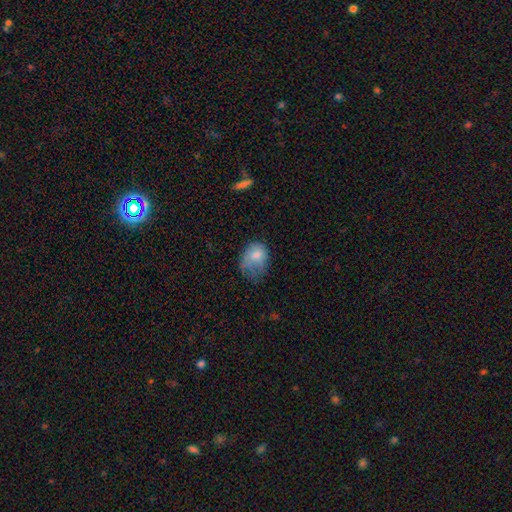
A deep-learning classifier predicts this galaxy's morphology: Smooth or featured? smooth (74%)
How rounded? in between (63%)
Merging? minor disturbance (36%)